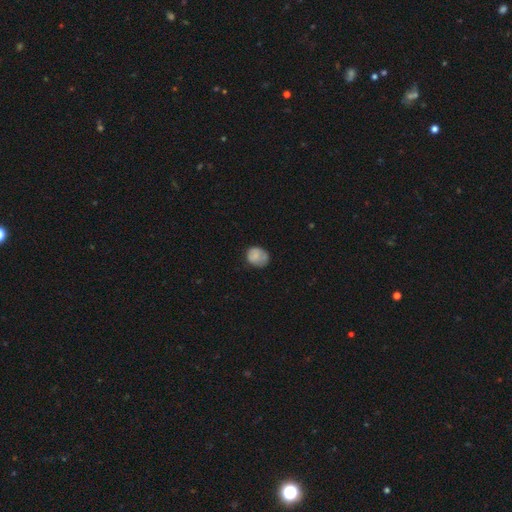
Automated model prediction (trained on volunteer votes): The model was most divided on "merging": none: 61%, minor disturbance: 29%, major disturbance: 9%, merger: 2%. More confident: smooth or featured — smooth (78%); how rounded — round (67%).